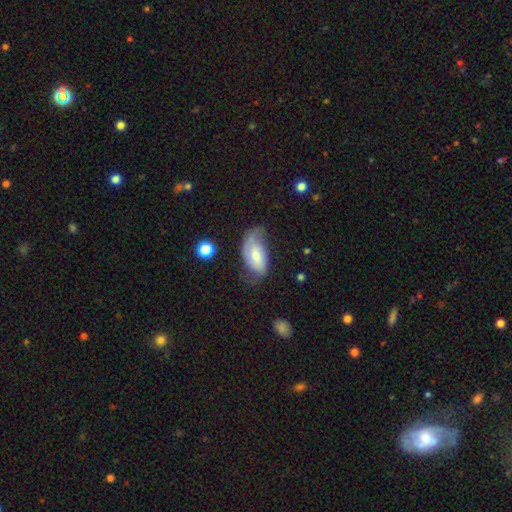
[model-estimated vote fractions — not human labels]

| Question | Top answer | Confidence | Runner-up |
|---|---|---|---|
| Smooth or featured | featured or disk | 47% | smooth (45%) |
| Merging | none | 47% | minor disturbance (33%) |